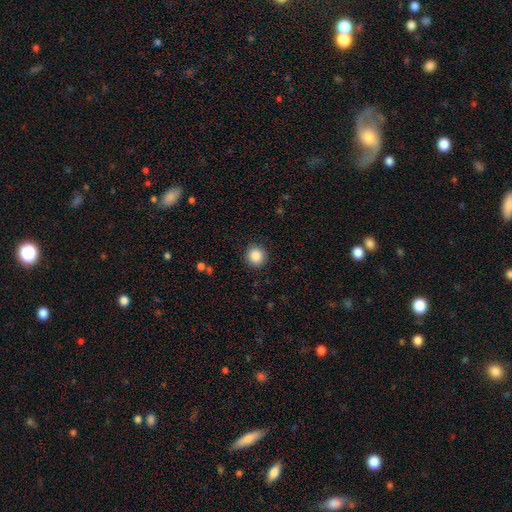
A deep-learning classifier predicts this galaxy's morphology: Smooth or featured? smooth (86%)
How rounded? round (92%)
Merging? none (91%)